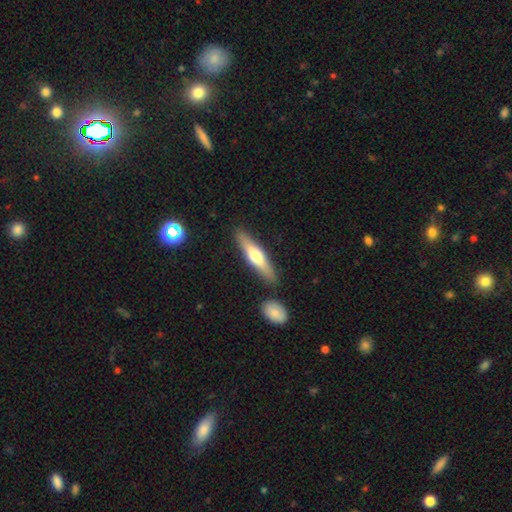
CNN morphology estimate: featured or disk 48%, smooth 46%, star or artifact 5%. Down the decision tree: merging — none (85%).